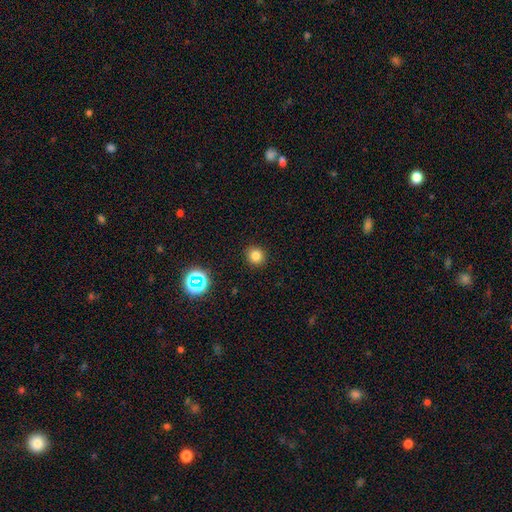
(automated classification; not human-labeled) Overall: smooth (79%). How rounded: round (90%). Merging: none (91%).